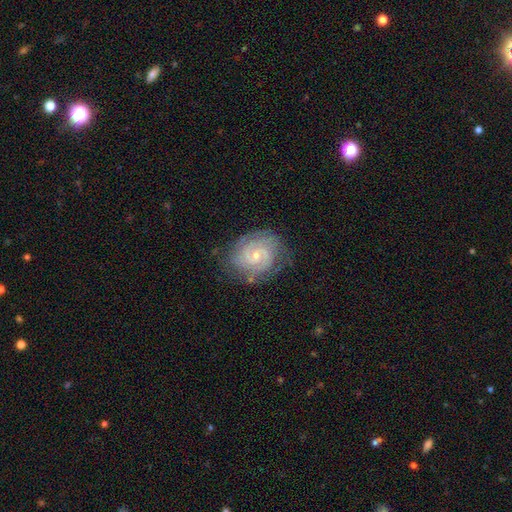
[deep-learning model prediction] smooth-or-featured: featured or disk: 85% | smooth: 9% | star or artifact: 6%
  disk-edge-on: no: 98% | yes: 2%
    bar: no: 61% | weak: 33% | strong: 7%
    has-spiral-arms: yes: 97% | no: 3%
      spiral-winding: tight: 71% | medium: 25% | loose: 4%
      spiral-arm-count: 2: 37% | can't tell: 23% | 3: 20% | 4: 10% | more than 4: 5% | 1: 5%
    bulge-size: small: 75% | moderate: 22% | none: 1% | large: 1% | dominant: 1%
  merging: none: 77% | minor disturbance: 16% | major disturbance: 6% | merger: 1%